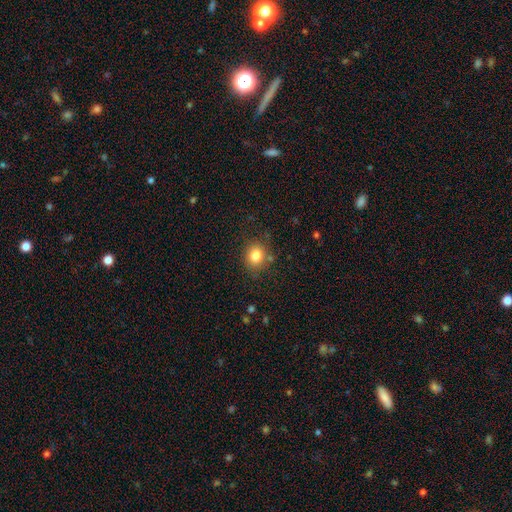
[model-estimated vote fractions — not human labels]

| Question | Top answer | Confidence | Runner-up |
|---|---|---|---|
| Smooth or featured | smooth | 82% | star or artifact (11%) |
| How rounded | round | 72% | in between (27%) |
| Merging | none | 81% | minor disturbance (11%) |